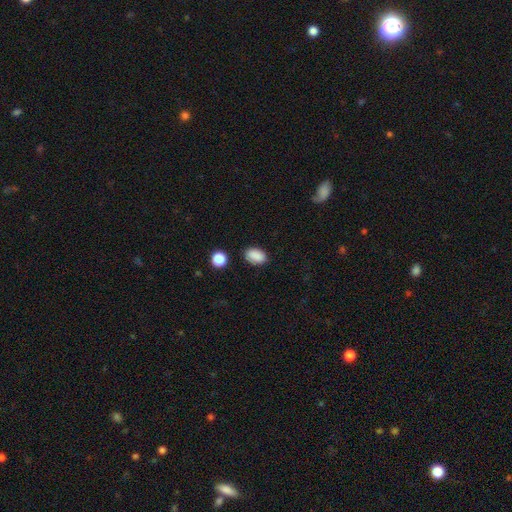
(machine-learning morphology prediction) smooth_or_featured: smooth (p=0.88) [alt: star or artifact p=0.09]
how_rounded: in between (p=0.87) [alt: round p=0.12]
merging: none (p=0.86) [alt: minor disturbance p=0.10]